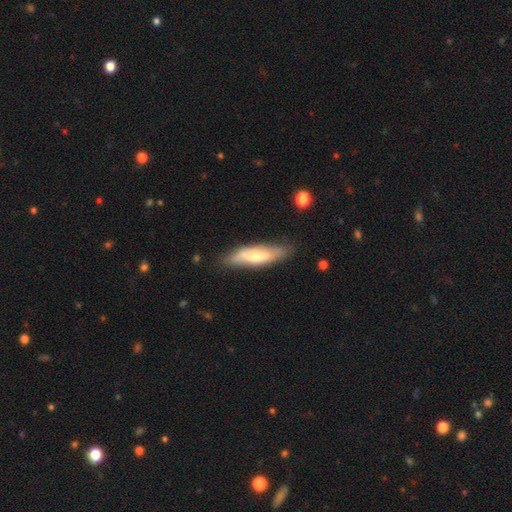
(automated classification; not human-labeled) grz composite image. It shows a smooth galaxy with no disk features (51%) that is cigar-shaped (62%). Merging: none (77%).